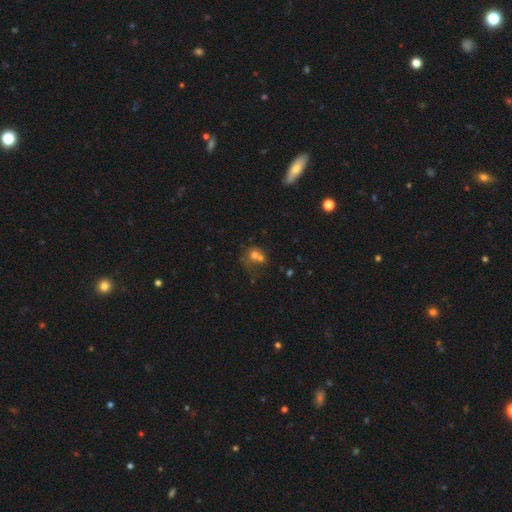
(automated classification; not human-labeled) This appears to be a smooth galaxy with no disk features (62%) that is round (73%). Merging: merger (56%).